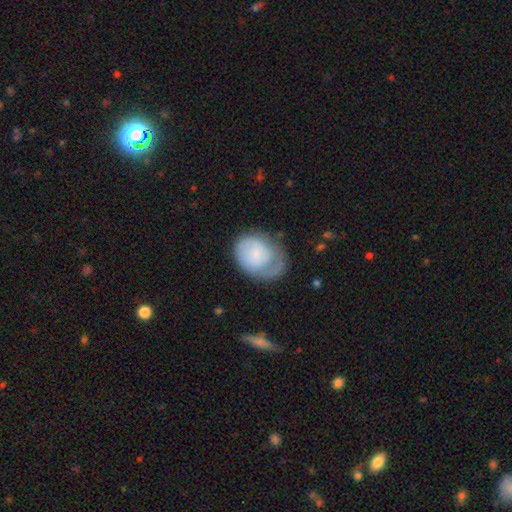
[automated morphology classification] This appears to be a smooth galaxy with no disk features (53%) that is in between round and cigar-shaped (56%). Merging: none (43%).